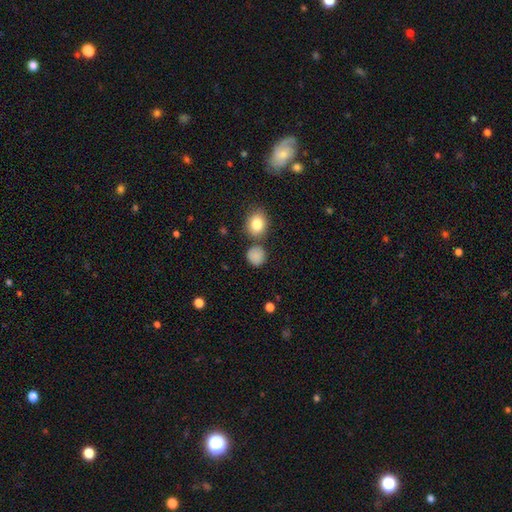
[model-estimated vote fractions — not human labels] Morphology: type=smooth (84%); roundness=round (85%); merging=none (76%).